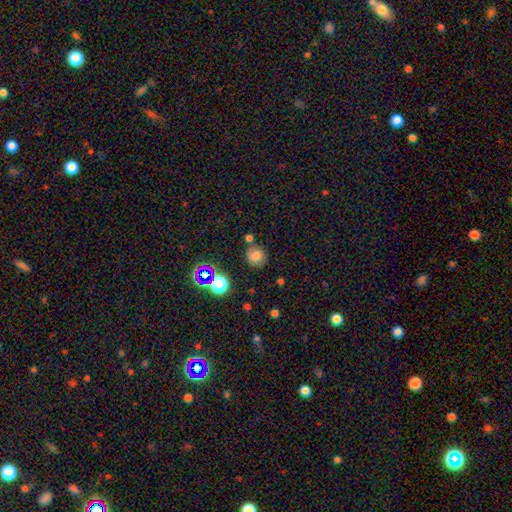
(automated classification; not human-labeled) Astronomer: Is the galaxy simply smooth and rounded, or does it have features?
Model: smooth — 75%.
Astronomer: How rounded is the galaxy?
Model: round — 87%.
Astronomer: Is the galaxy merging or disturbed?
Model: none — 73%.